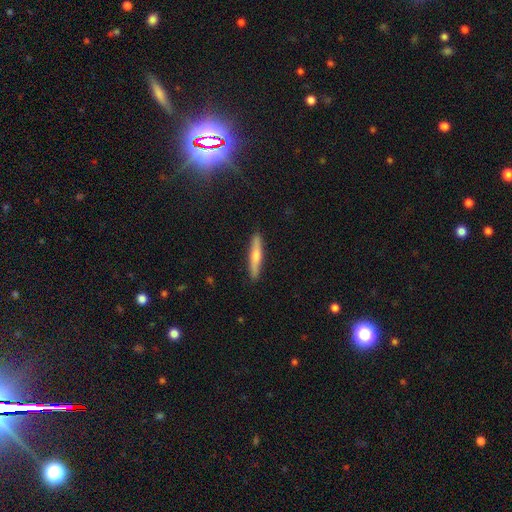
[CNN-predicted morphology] type=smooth (61%); roundness=cigar-shaped (92%); merging=none (90%).